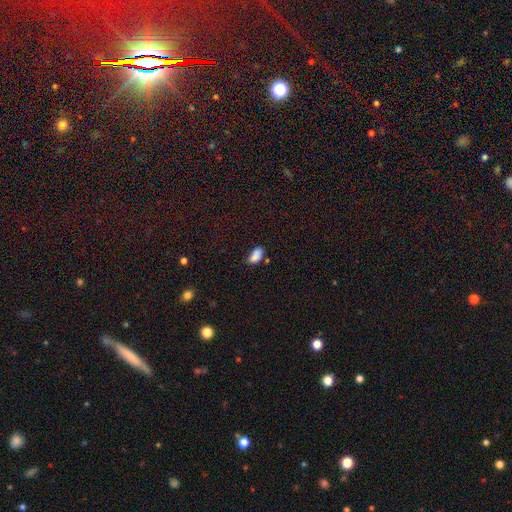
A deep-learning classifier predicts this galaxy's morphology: Smooth or featured?
  - smooth: 83% *
  - star or artifact: 10%
  - featured or disk: 7%
How rounded?
  - in between: 91% *
  - round: 5%
  - cigar-shaped: 4%
Merging?
  - none: 53% *
  - minor disturbance: 29%
  - merger: 10%
  - major disturbance: 8%